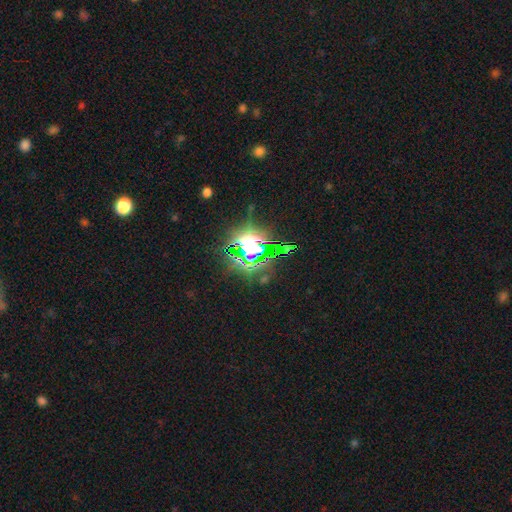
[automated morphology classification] Smooth or featured?
  - star or artifact: 82% *
  - smooth: 11%
  - featured or disk: 7%